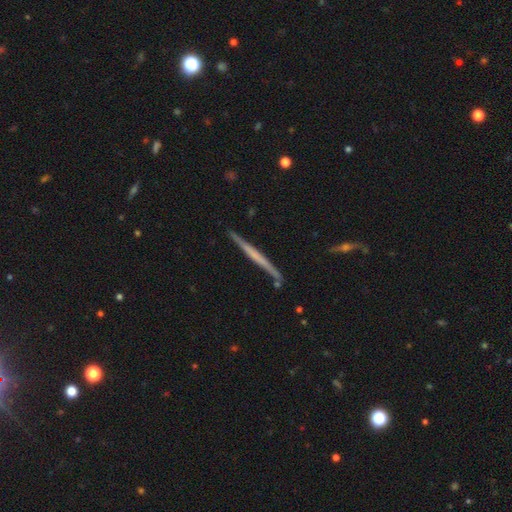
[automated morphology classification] A featured or disk galaxy (60%) viewed edge-on (97%) with no central bulge (76%). Merging: none (86%).